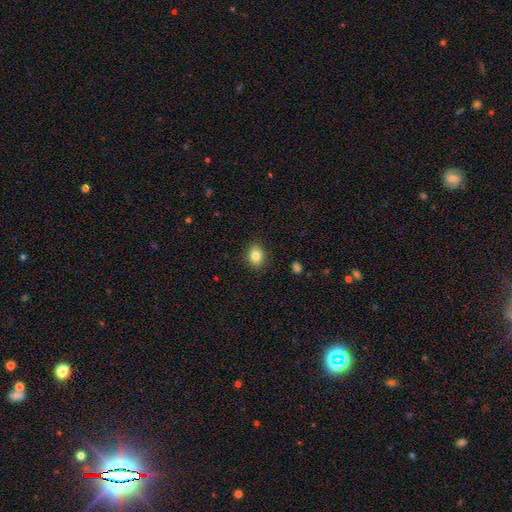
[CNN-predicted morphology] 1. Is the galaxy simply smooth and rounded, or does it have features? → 84% smooth, 9% star or artifact, 7% featured or disk.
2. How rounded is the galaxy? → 59% in between, 40% round, 1% cigar-shaped.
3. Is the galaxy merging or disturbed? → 89% none, 8% minor disturbance, 2% major disturbance, 1% merger.